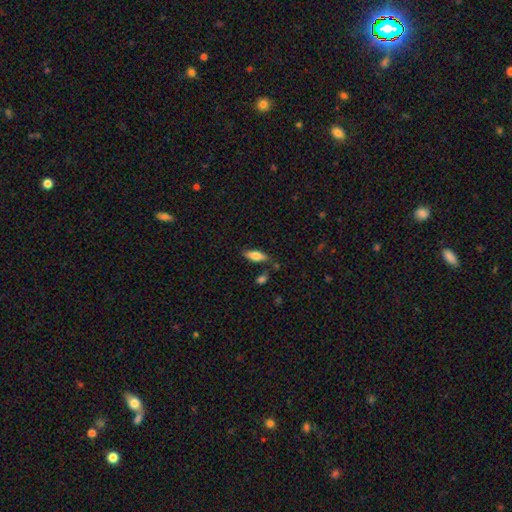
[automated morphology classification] The model was most divided on "how rounded": in between: 70%, cigar-shaped: 28%, round: 2%. More confident: smooth or featured — smooth (77%); merging — none (77%).